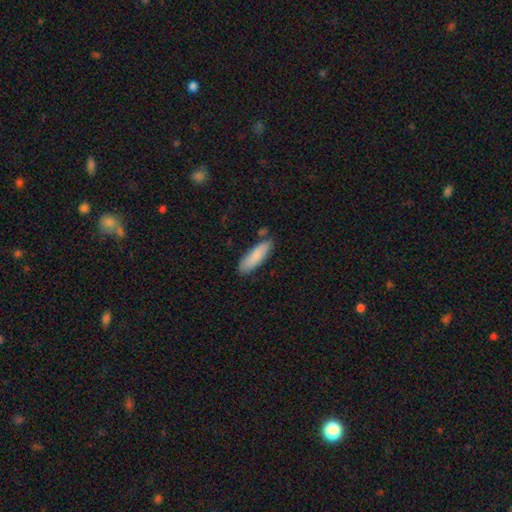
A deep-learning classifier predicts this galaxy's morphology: Smooth or featured? smooth (85%)
How rounded? cigar-shaped (50%)
Merging? none (79%)